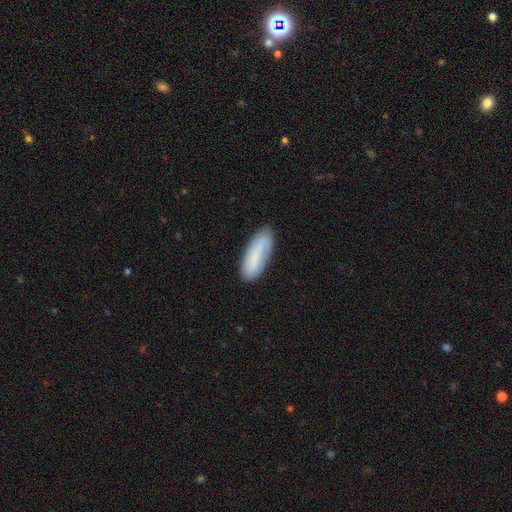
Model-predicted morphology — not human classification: This is likely a smooth galaxy (72%). How rounded: likely in between (67%). Merging: likely none (78%).